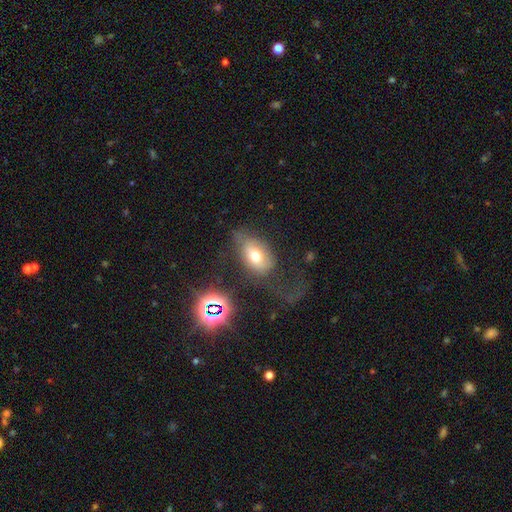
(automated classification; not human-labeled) Smooth or featured? Predicted: smooth (p=0.63). How rounded? Predicted: in between (p=0.84). Merging? Predicted: none (p=0.37).